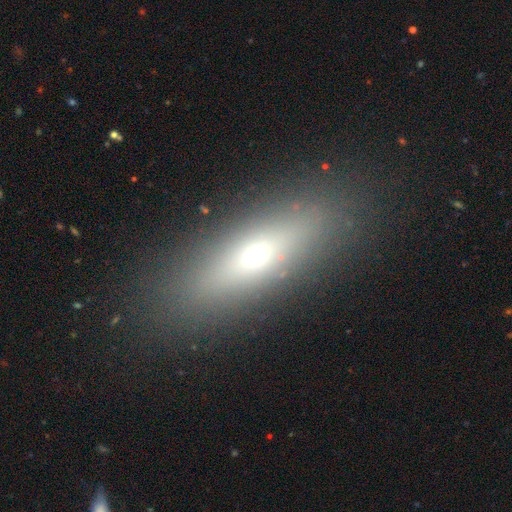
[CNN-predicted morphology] smooth 56%, featured or disk 31%, star or artifact 13%. Down the decision tree: how rounded — cigar-shaped (52%); merging — none (83%).